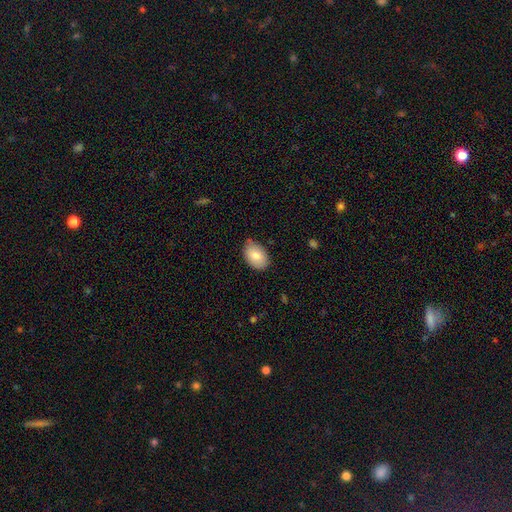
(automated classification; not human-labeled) smooth-or-featured: smooth: 80% | featured or disk: 13% | star or artifact: 7%
  how-rounded: in between: 88% | round: 11% | cigar-shaped: 1%
  merging: none: 76% | minor disturbance: 20% | major disturbance: 3% | merger: 1%